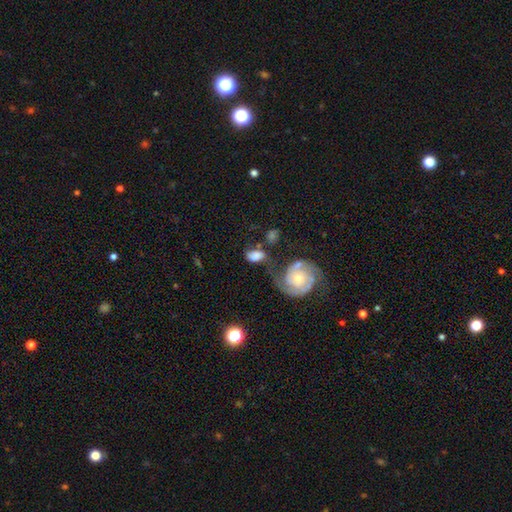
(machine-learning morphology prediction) A smooth galaxy with no disk features (54%) that is in between round and cigar-shaped (83%). Merging: none (39%).